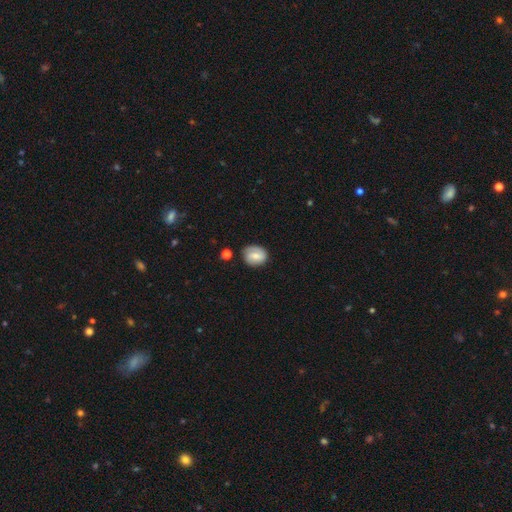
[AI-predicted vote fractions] Smooth or featured? smooth (51%)
How rounded? round (53%)
Merging? none (69%)